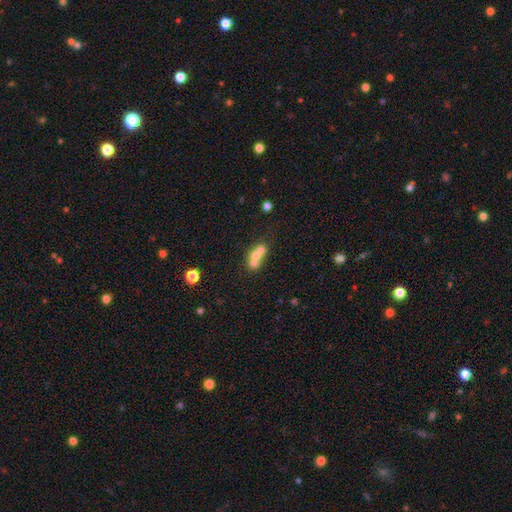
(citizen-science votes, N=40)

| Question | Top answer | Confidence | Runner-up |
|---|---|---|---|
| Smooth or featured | smooth | 50% | featured or disk (38%) |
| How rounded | round | 70% | in between (15%) |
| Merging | merger | 54% | none (37%) |